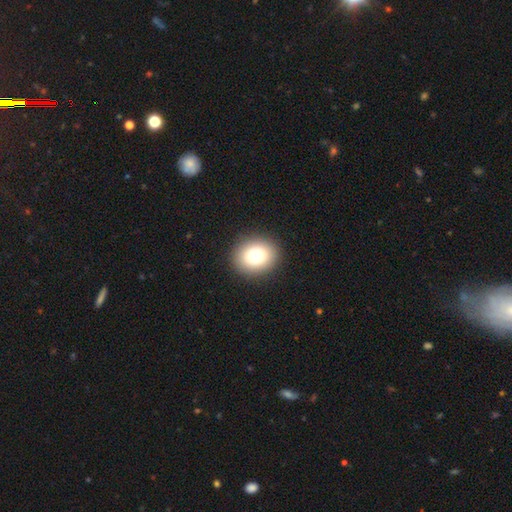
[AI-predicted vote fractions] The model was most divided on "how rounded": round: 64%, in between: 36%, cigar-shaped: 1%. More confident: merging — none (90%); smooth or featured — smooth (78%).